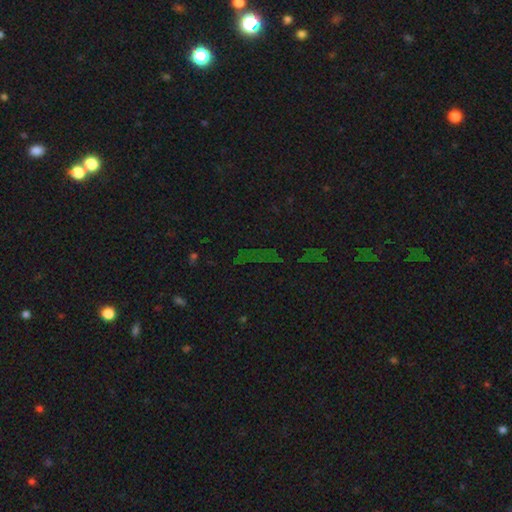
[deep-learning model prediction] Smooth or featured? Predicted: star or artifact (p=0.72).